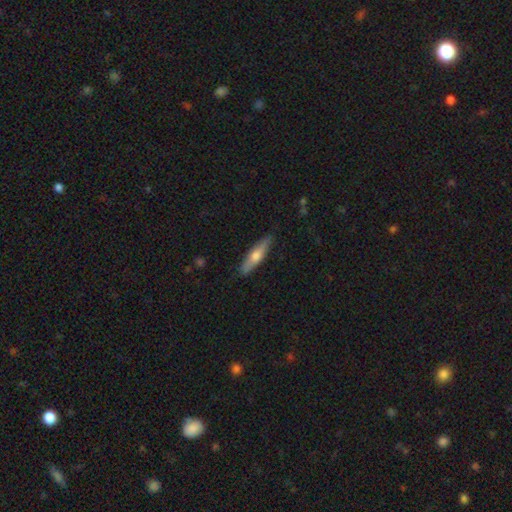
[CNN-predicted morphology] Smooth or featured? smooth (49%)
Merging? none (88%)